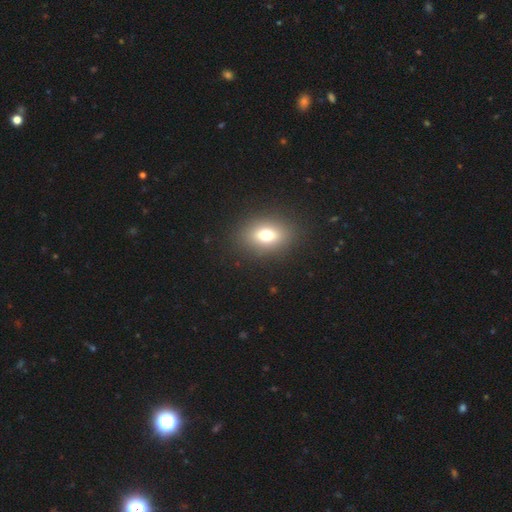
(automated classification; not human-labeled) A smooth galaxy with no disk features (70%) that is in between round and cigar-shaped (75%).

Vote fractions:
- Smooth or featured? smooth: 70% / star or artifact: 21% / featured or disk: 9%
- How rounded? in between: 75% / round: 23% / cigar-shaped: 2%
- Merging? none: 92% / minor disturbance: 5% / major disturbance: 2% / merger: 1%